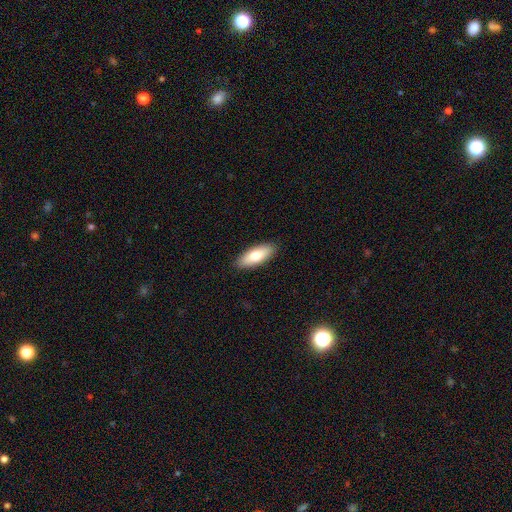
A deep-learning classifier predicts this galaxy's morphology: smooth-or-featured: smooth: 74% | featured or disk: 21% | star or artifact: 6%
  how-rounded: in between: 74% | cigar-shaped: 24% | round: 2%
  merging: none: 90% | minor disturbance: 7% | major disturbance: 2% | merger: 1%